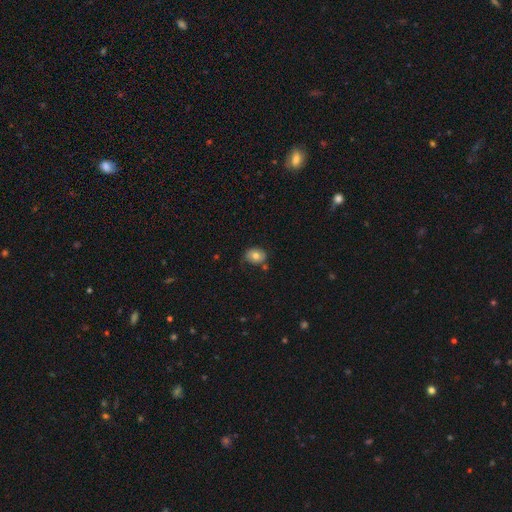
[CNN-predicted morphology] The model was most divided on "how rounded": in between: 52%, round: 47%, cigar-shaped: 1%. More confident: smooth or featured — smooth (75%); merging — none (69%).